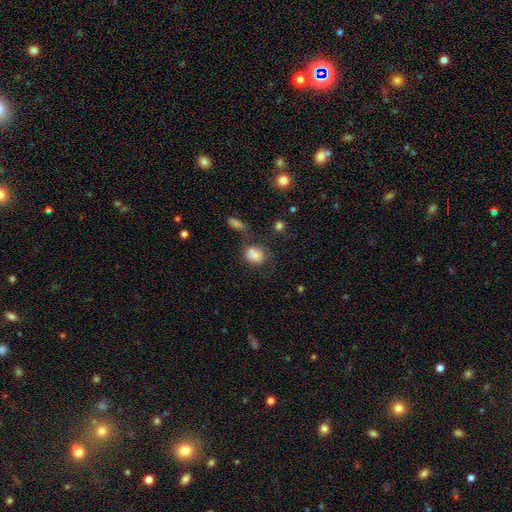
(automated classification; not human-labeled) Smooth or featured? smooth (78%)
How rounded? in between (54%)
Merging? none (44%)